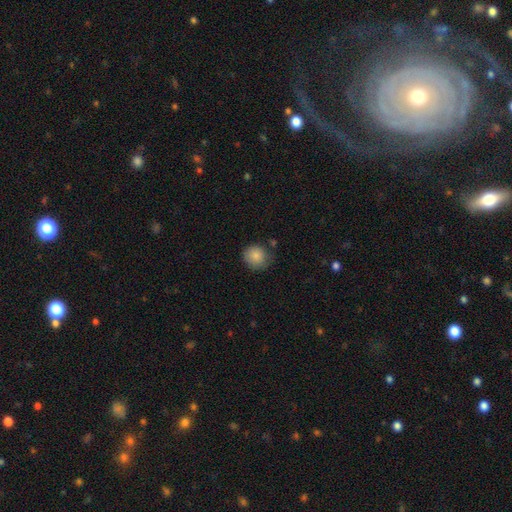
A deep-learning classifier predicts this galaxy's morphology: The model was most divided on "merging": none: 72%, minor disturbance: 21%, major disturbance: 5%, merger: 3%. More confident: how rounded — round (86%); smooth or featured — smooth (86%).